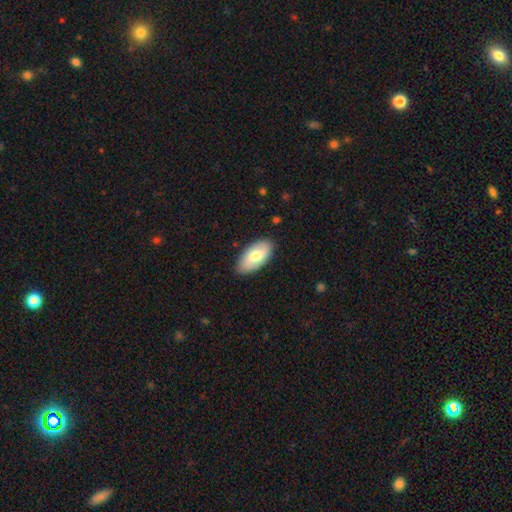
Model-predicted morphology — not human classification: Q: Smooth or featured?
A: smooth (69%); runner-up: featured or disk (26%)
Q: How rounded?
A: in between (94%); runner-up: cigar-shaped (3%)
Q: Merging?
A: none (85%); runner-up: minor disturbance (11%)